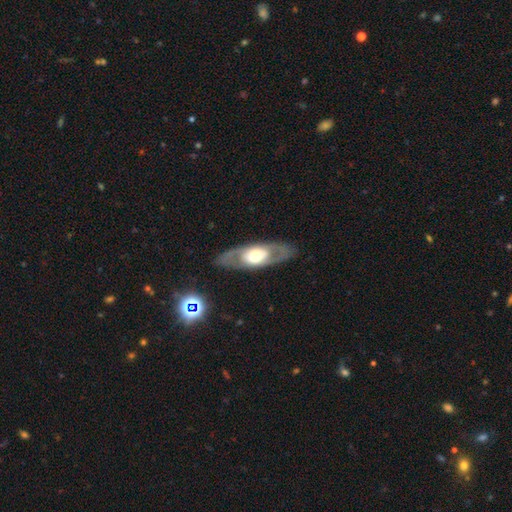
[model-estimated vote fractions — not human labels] This appears to be a featured or disk galaxy (66%) with no bar (80%), no spiral arms (70%) and a moderate central bulge (50%). Merging: none (83%).